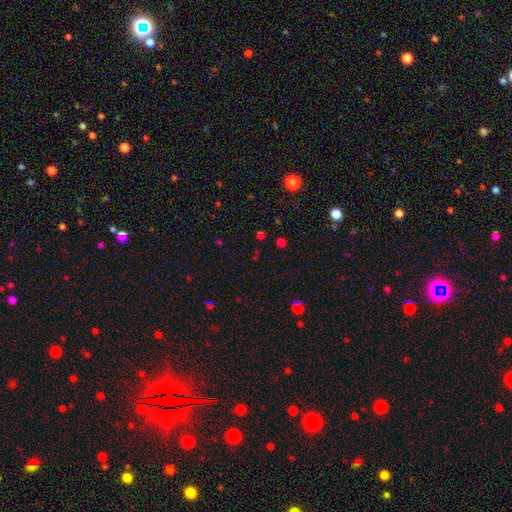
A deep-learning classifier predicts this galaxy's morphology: A star or artifact, not a galaxy (57%).